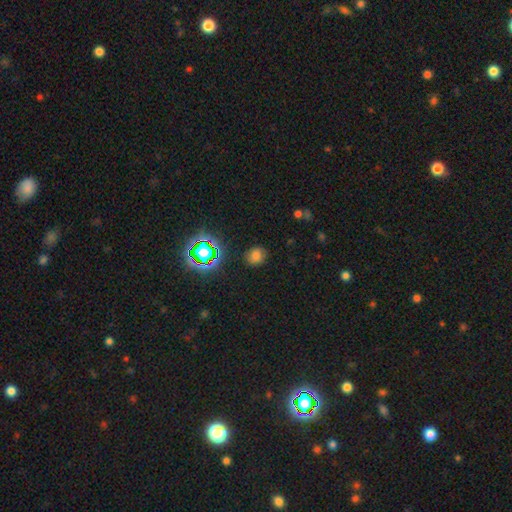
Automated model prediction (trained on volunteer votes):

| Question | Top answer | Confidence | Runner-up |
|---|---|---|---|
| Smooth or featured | smooth | 70% | star or artifact (23%) |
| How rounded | round | 66% | in between (33%) |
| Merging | none | 83% | minor disturbance (12%) |